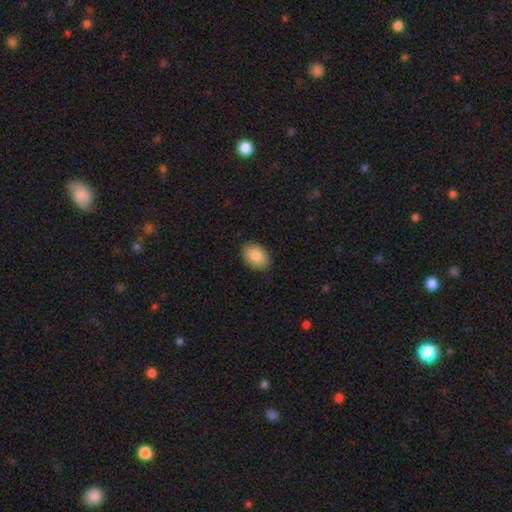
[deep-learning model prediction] This is clearly a smooth galaxy (86%). How rounded: clearly in between (81%). Merging: clearly none (88%).